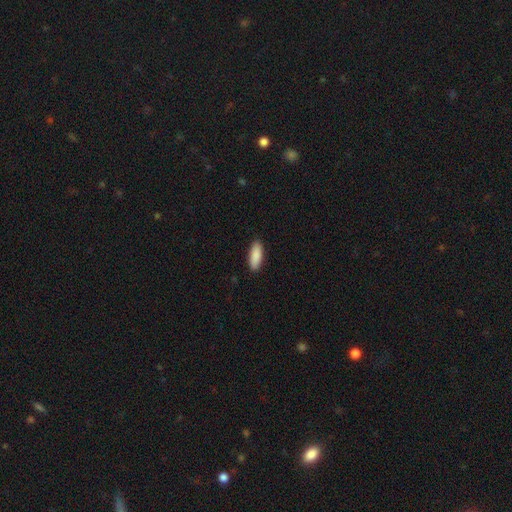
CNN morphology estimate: This appears to be a smooth galaxy with no disk features (90%) that is in between round and cigar-shaped (70%). Merging: none (90%).